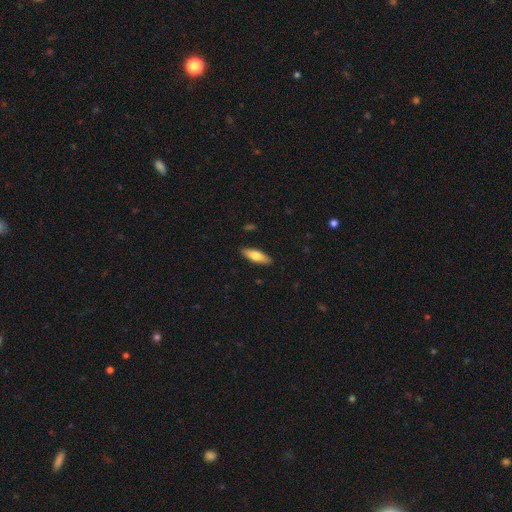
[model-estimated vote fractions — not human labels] smooth-or-featured: smooth: 68% | featured or disk: 27% | star or artifact: 6%
  how-rounded: cigar-shaped: 49% (tied) | in between: 49% (tied) | round: 2%
  merging: none: 89% | minor disturbance: 8% | major disturbance: 2% | merger: 1%